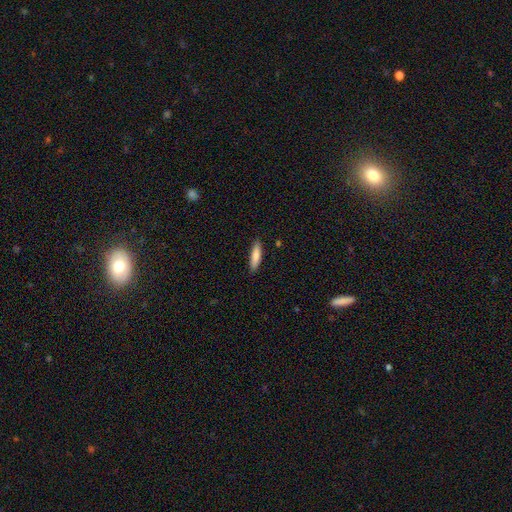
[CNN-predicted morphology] smooth 83%, featured or disk 11%, star or artifact 6%. Down the decision tree: how rounded — cigar-shaped (73%); merging — none (88%).